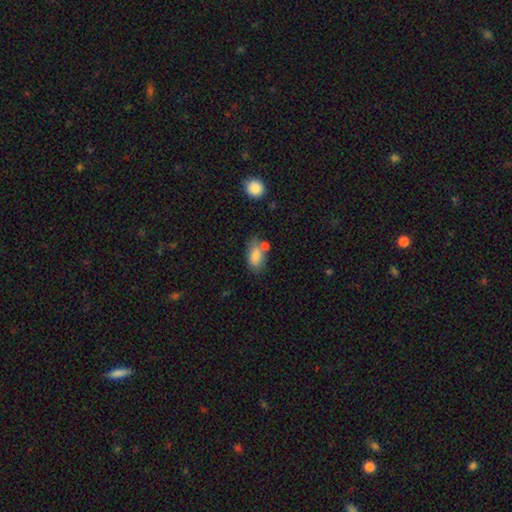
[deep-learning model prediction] Q: Smooth or featured?
A: smooth (80%); runner-up: featured or disk (11%)
Q: How rounded?
A: in between (90%); runner-up: round (7%)
Q: Merging?
A: none (52%); runner-up: merger (21%)